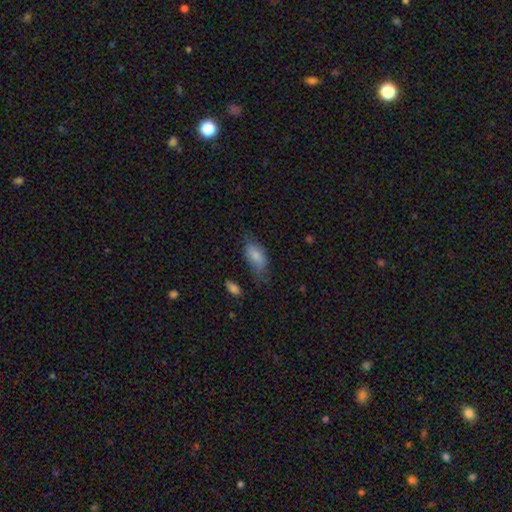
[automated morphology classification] smooth_or_featured: smooth (p=0.80) [alt: featured or disk p=0.13]
how_rounded: in between (p=0.89) [alt: cigar-shaped p=0.08]
merging: none (p=0.52) [alt: minor disturbance p=0.32]